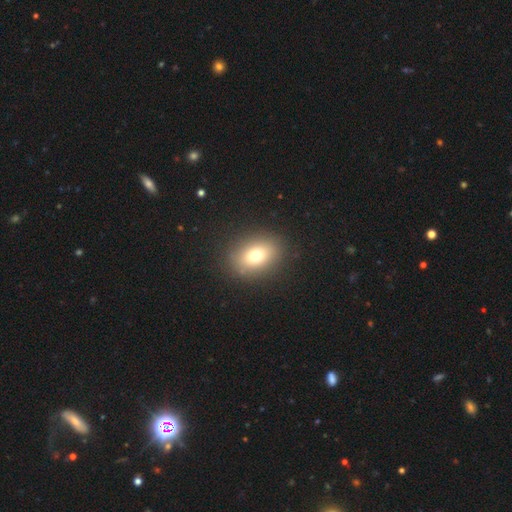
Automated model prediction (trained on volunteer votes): Morphology: type=smooth (74%); roundness=in between (65%); merging=none (88%).